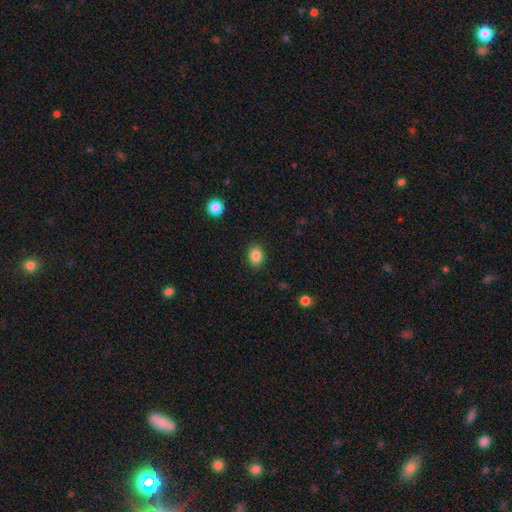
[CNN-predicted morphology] Q: Smooth or featured?
A: smooth (85%); runner-up: star or artifact (10%)
Q: How rounded?
A: in between (60%); runner-up: round (39%)
Q: Merging?
A: none (88%); runner-up: minor disturbance (9%)